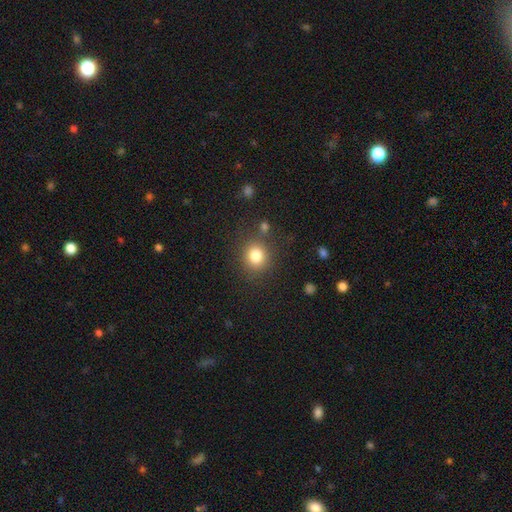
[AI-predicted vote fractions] Q: Smooth or featured?
A: smooth (82%); runner-up: star or artifact (12%)
Q: How rounded?
A: round (86%); runner-up: in between (13%)
Q: Merging?
A: none (81%); runner-up: minor disturbance (10%)